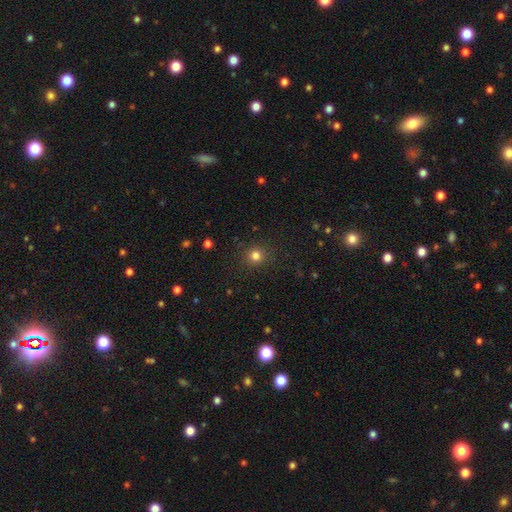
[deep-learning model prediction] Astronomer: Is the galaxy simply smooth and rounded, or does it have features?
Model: smooth — 80%.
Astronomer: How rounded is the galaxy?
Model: round — 91%.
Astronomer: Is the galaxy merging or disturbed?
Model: none — 89%.